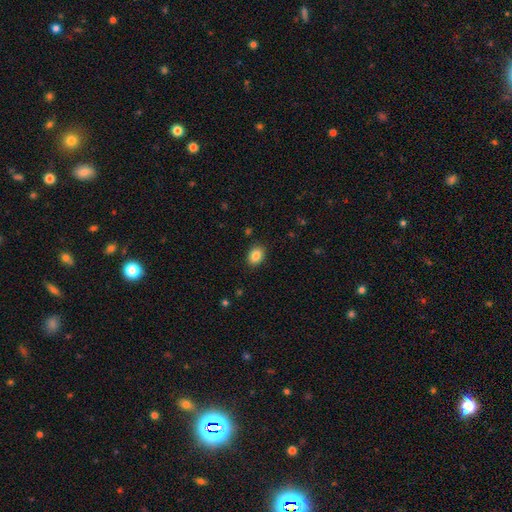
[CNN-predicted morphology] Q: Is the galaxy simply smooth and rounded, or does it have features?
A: smooth — 86%.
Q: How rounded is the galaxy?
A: in between — 74%.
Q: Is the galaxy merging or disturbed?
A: none — 88%.